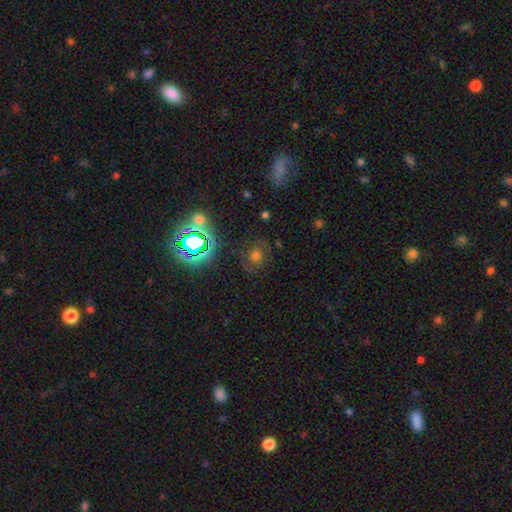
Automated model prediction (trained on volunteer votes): This appears to be a smooth galaxy with no disk features (45%). Merging: none (72%).